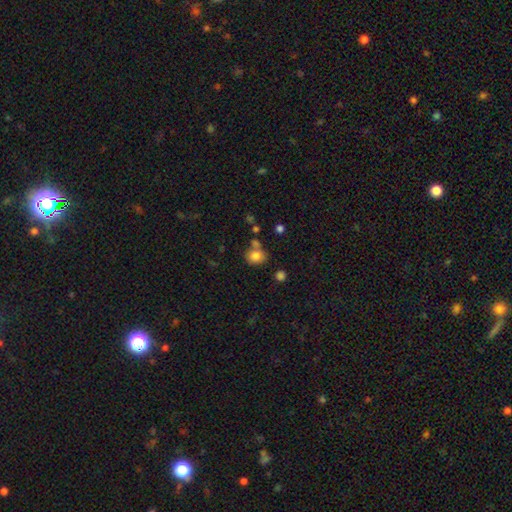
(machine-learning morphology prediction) Smooth or featured? Predicted: smooth (p=0.81). How rounded? Predicted: round (p=0.65). Merging? Predicted: none (p=0.59).